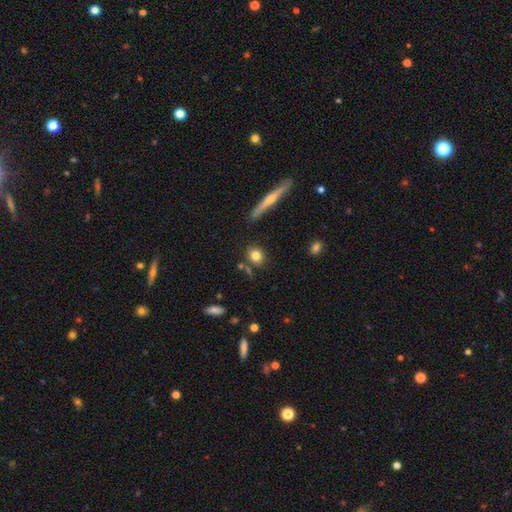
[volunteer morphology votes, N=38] smooth_or_featured: smooth (p=0.84) [alt: featured or disk p=0.11]
how_rounded: round (p=0.50) [alt: in between p=0.41]
merging: none (p=0.86) [alt: minor disturbance p=0.08]